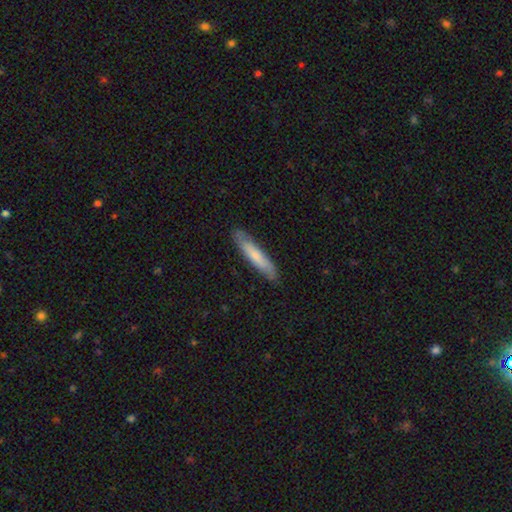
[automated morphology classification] Smooth or featured: smooth — 68% (featured or disk — 27%)
How rounded: cigar-shaped — 88% (in between — 11%)
Merging: none — 85% (minor disturbance — 12%)